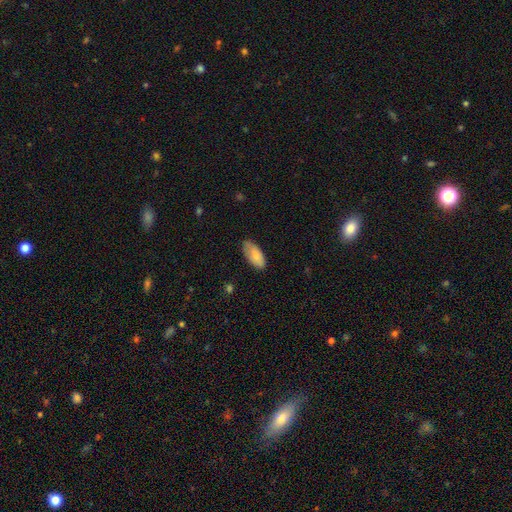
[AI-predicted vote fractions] smooth_or_featured: smooth (p=0.84) [alt: featured or disk p=0.10]
how_rounded: in between (p=0.91) [alt: cigar-shaped p=0.07]
merging: none (p=0.74) [alt: minor disturbance p=0.21]